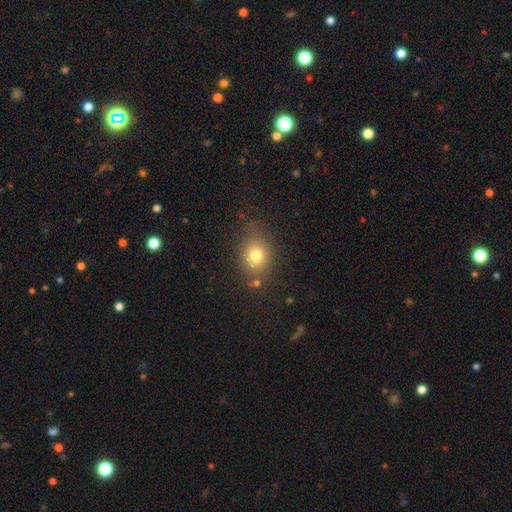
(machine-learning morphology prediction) Smooth or featured?
  - smooth: 76% *
  - star or artifact: 13%
  - featured or disk: 11%
How rounded?
  - round: 52% *
  - in between: 47%
  - cigar-shaped: 1%
Merging?
  - none: 73% *
  - minor disturbance: 18%
  - major disturbance: 6%
  - merger: 4%